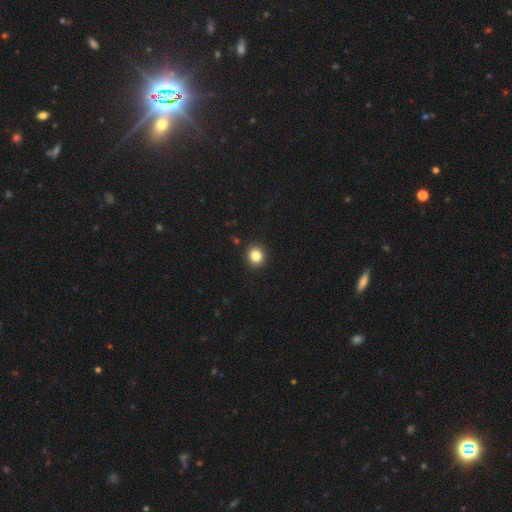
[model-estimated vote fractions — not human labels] This is clearly a smooth galaxy (85%). How rounded: clearly round (84%). Merging: clearly none (92%).